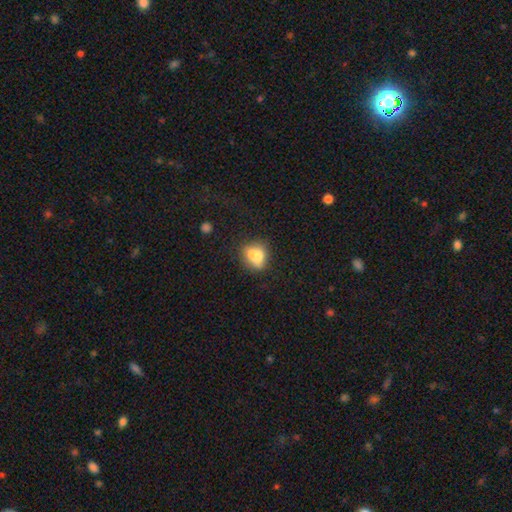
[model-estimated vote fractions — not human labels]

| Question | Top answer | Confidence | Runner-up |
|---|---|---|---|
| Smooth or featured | smooth | 72% | featured or disk (18%) |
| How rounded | in between | 50% | round (48%) |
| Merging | none | 44% | merger (31%) |